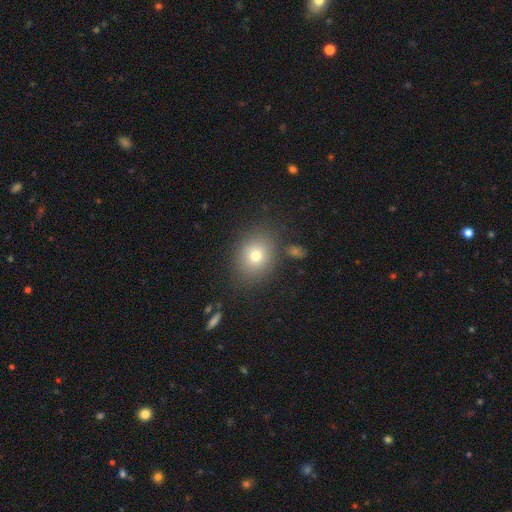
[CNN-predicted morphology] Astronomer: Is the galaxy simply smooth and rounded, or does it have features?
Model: smooth — 73%.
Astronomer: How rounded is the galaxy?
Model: round — 59% (runner-up: in between, 40%).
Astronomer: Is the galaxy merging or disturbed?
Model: none — 81%.